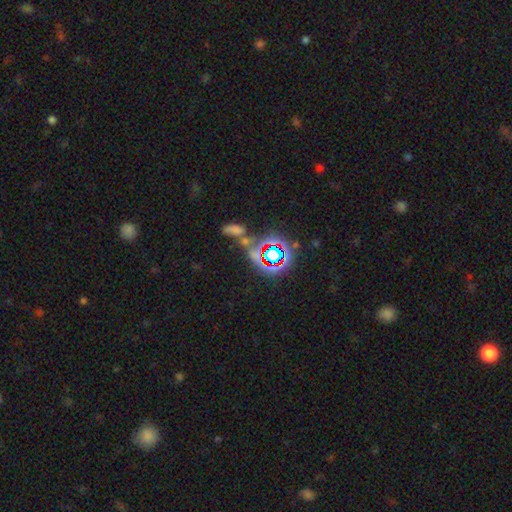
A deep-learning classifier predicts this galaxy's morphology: Smooth or featured: star or artifact — 69% (smooth — 18%)